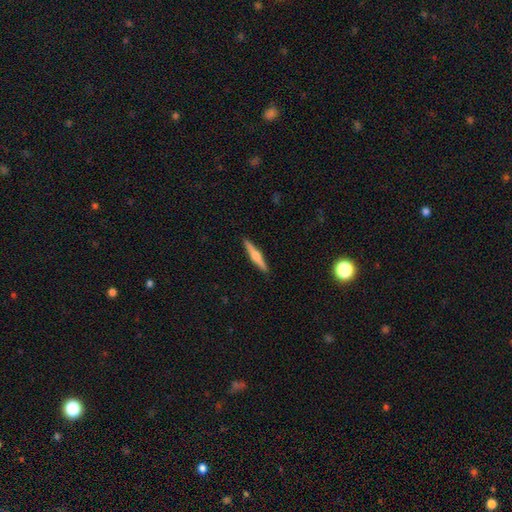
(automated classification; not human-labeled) A featured or disk galaxy (60%) viewed edge-on (98%) with a rounded central bulge (90%).

Vote fractions:
- Smooth or featured? featured or disk: 60% / smooth: 35% / star or artifact: 5%
- Edge-on disk? yes: 98% / no: 2%
- Edge-on bulge? rounded: 90% / boxy: 6% / none: 5%
- Merging? none: 92% / minor disturbance: 6% / major disturbance: 1% / merger: 1%